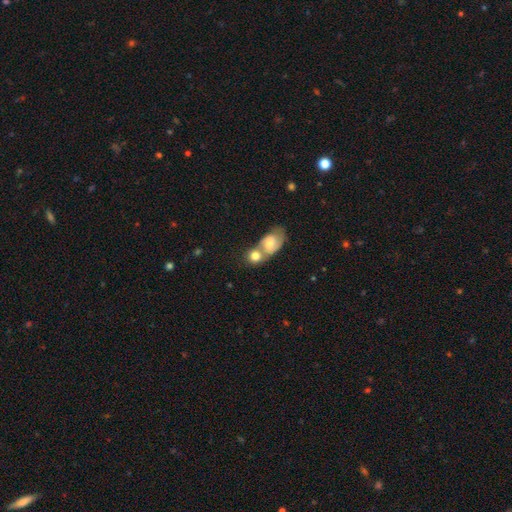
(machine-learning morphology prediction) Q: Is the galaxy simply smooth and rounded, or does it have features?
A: smooth — 71%.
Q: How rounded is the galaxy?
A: round — 64%.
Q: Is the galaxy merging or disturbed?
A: merger — 62%.